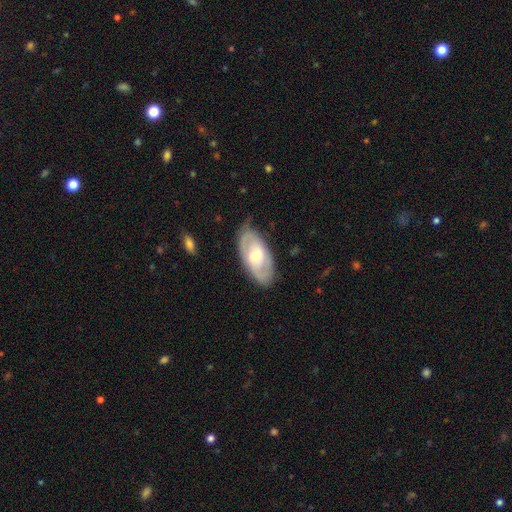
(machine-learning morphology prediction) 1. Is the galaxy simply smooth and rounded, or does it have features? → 61% featured or disk, 34% smooth, 5% star or artifact.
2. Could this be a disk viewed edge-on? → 89% no, 11% yes.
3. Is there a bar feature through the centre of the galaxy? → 52% no, 36% weak, 12% strong.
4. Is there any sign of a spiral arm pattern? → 58% yes, 42% no.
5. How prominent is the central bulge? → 66% moderate, 25% small, 7% large, 1% none, 1% dominant.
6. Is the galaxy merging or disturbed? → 77% none, 17% minor disturbance, 5% major disturbance, 1% merger.